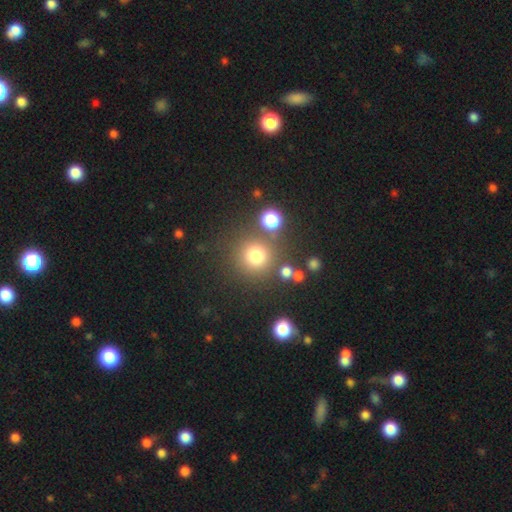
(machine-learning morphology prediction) Overall: smooth (75%). How rounded: round (93%). Merging: none (78%).